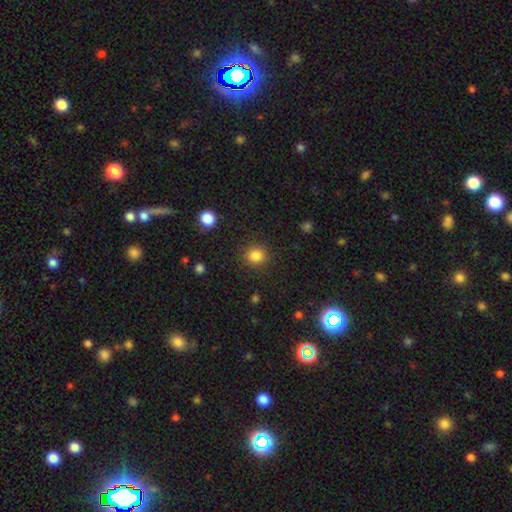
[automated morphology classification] Overall: smooth (85%). How rounded: round (89%). Merging: none (90%).